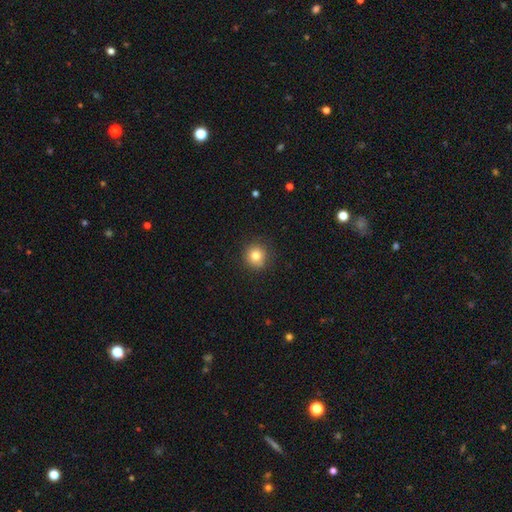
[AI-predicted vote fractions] This is clearly a smooth galaxy (81%). How rounded: clearly round (93%). Merging: clearly none (89%).